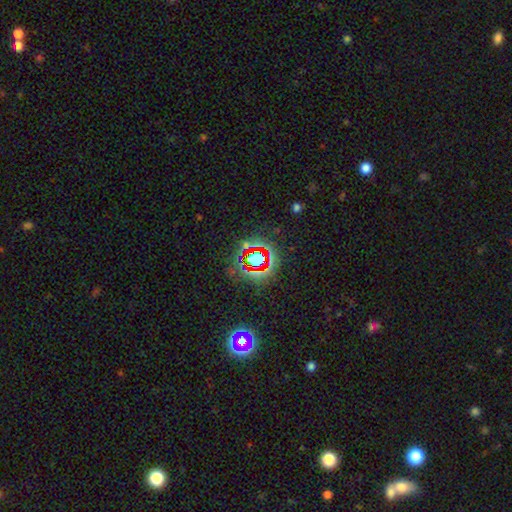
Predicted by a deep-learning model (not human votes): Morphology: type=star or artifact (70%).